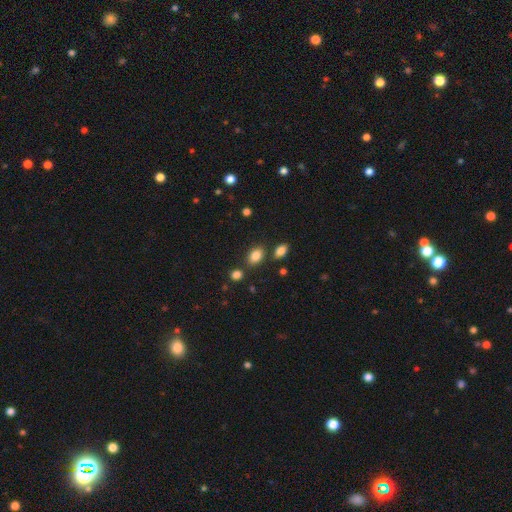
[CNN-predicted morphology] Smooth or featured? Predicted: smooth (p=0.84). How rounded? Predicted: in between (p=0.82). Merging? Predicted: none (p=0.77).